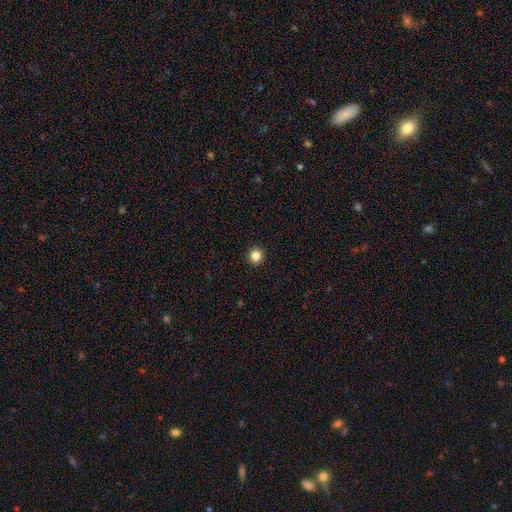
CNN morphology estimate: This is clearly a smooth galaxy (84%). How rounded: clearly round (95%). Merging: clearly none (94%).